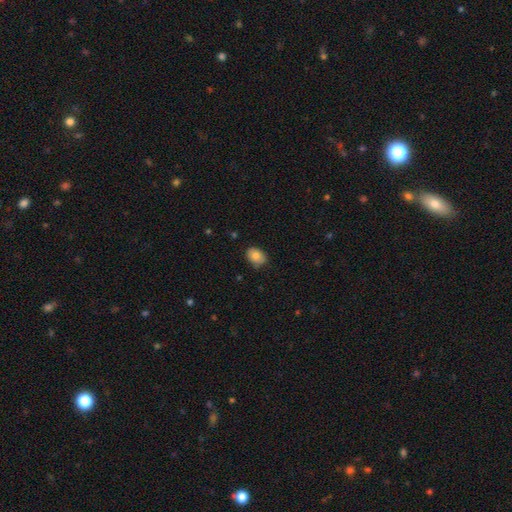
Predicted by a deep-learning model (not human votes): smooth-or-featured: smooth: 80% | featured or disk: 12% | star or artifact: 8%
  how-rounded: in between: 68% | round: 31% | cigar-shaped: 1%
  merging: none: 79% | minor disturbance: 18% | major disturbance: 3% | merger: 1%